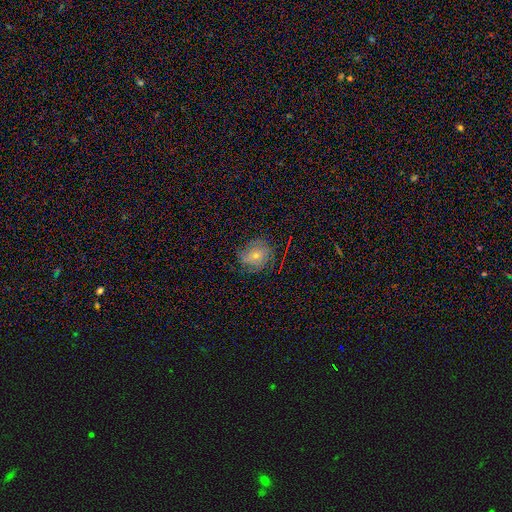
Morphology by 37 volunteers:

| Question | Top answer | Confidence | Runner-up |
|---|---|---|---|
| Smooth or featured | featured or disk | 73% | smooth (19%) |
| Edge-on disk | no | 100% | — |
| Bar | no | 67% | strong (19%) |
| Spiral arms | yes | 96% | no (4%) |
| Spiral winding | tight | 65% | medium (27%) |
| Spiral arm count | can't tell | 50% | 4 (23%) |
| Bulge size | moderate | 52% | small (44%) |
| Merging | none | 82% | minor disturbance (12%) |